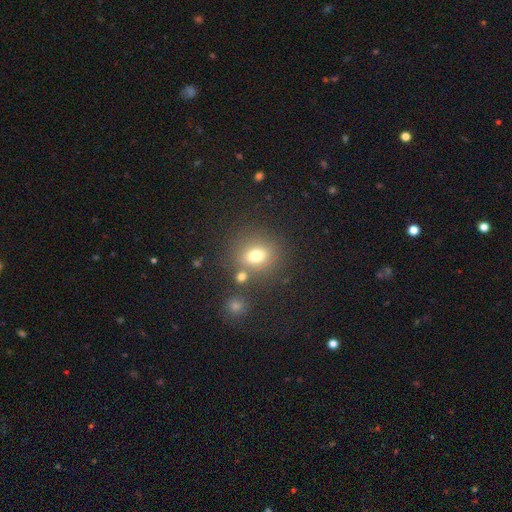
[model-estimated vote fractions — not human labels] Smooth or featured? smooth (74%)
How rounded? round (54%)
Merging? none (70%)